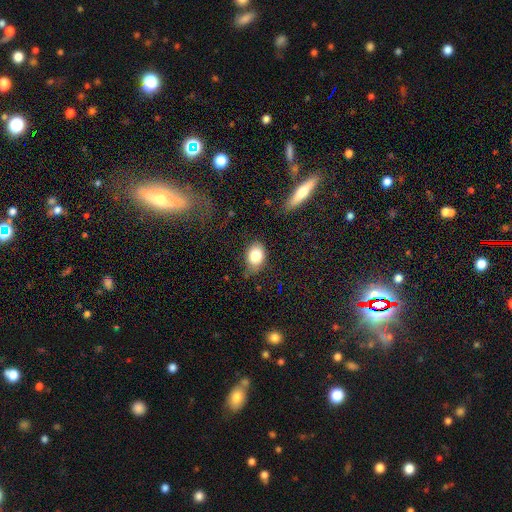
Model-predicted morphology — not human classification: Smooth or featured?
  - smooth: 81% *
  - featured or disk: 10%
  - star or artifact: 9%
How rounded?
  - in between: 76% *
  - round: 22%
  - cigar-shaped: 2%
Merging?
  - none: 73% *
  - minor disturbance: 21%
  - major disturbance: 4%
  - merger: 2%